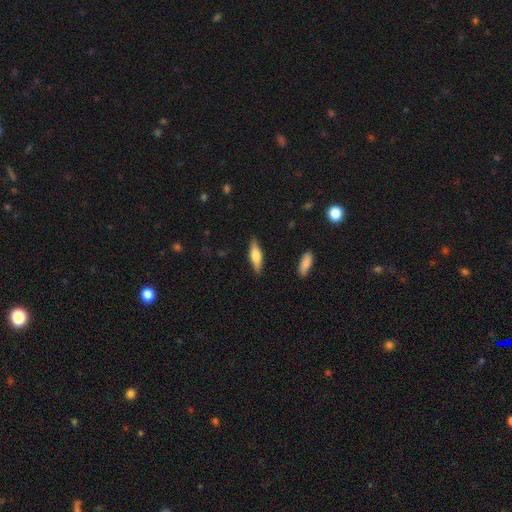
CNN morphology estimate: type=smooth (64%); roundness=cigar-shaped (54%); merging=none (86%).